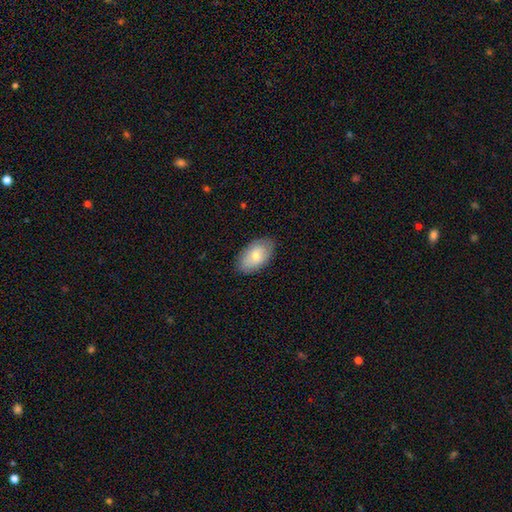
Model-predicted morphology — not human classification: A smooth galaxy with no disk features (71%) that is in between round and cigar-shaped (93%).

Vote fractions:
- Smooth or featured? smooth: 71% / featured or disk: 23% / star or artifact: 6%
- How rounded? in between: 93% / round: 6% / cigar-shaped: 2%
- Merging? none: 84% / minor disturbance: 13% / major disturbance: 3% / merger: 1%